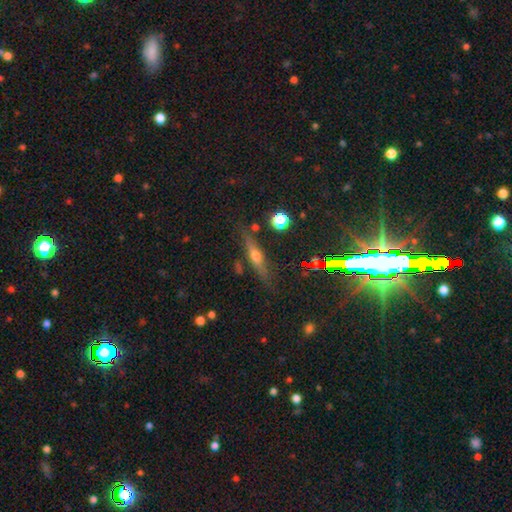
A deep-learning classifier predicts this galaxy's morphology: Smooth or featured?
  - featured or disk: 51% *
  - smooth: 36%
  - star or artifact: 13%
Edge-on disk?
  - yes: 89% *
  - no: 11%
Merging?
  - none: 78% *
  - minor disturbance: 14%
  - major disturbance: 4%
  - merger: 4%